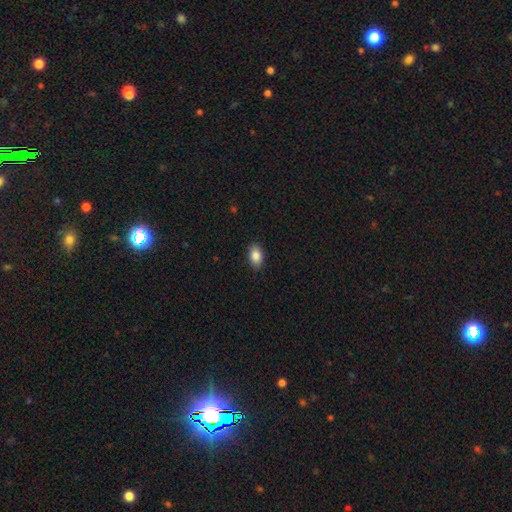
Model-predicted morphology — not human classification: Q: Smooth or featured?
A: smooth (86%); runner-up: star or artifact (8%)
Q: How rounded?
A: in between (89%); runner-up: round (10%)
Q: Merging?
A: none (89%); runner-up: minor disturbance (8%)